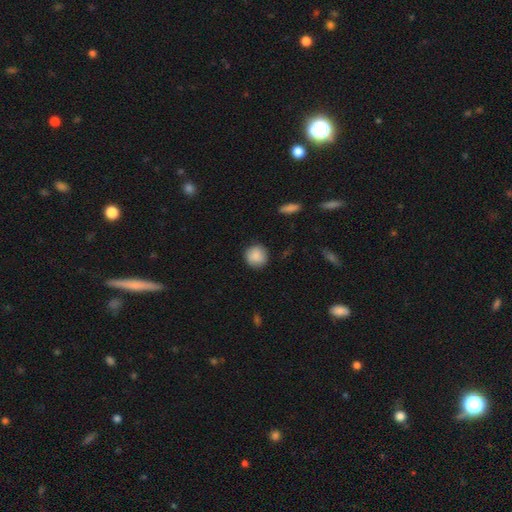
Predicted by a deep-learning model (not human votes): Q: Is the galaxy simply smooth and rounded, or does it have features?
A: smooth — 87%.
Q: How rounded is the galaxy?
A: round — 92%.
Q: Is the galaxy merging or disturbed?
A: none — 87%.